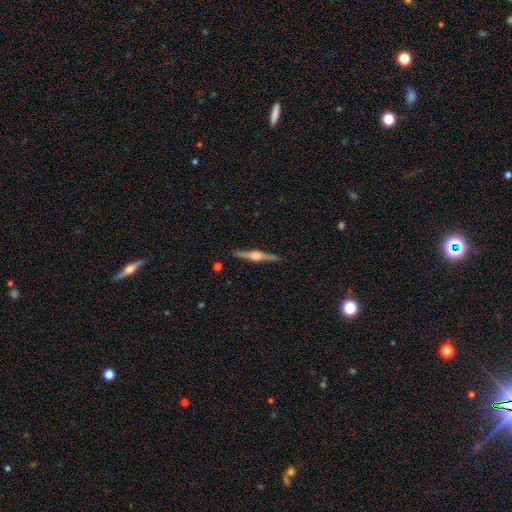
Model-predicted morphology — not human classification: Smooth or featured?
  - featured or disk: 83% *
  - smooth: 12%
  - star or artifact: 5%
Edge-on disk?
  - yes: 98% *
  - no: 2%
Edge-on bulge?
  - rounded: 87% *
  - boxy: 11%
  - none: 2%
Merging?
  - none: 91% *
  - minor disturbance: 6%
  - major disturbance: 1%
  - merger: 1%